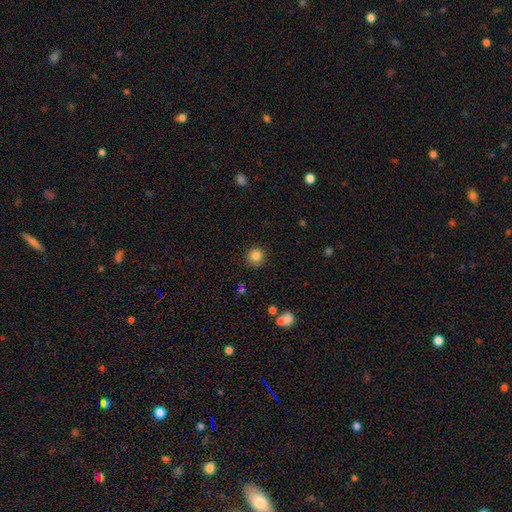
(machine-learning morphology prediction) Smooth or featured? Predicted: smooth (p=0.84). How rounded? Predicted: round (p=0.93). Merging? Predicted: none (p=0.88).